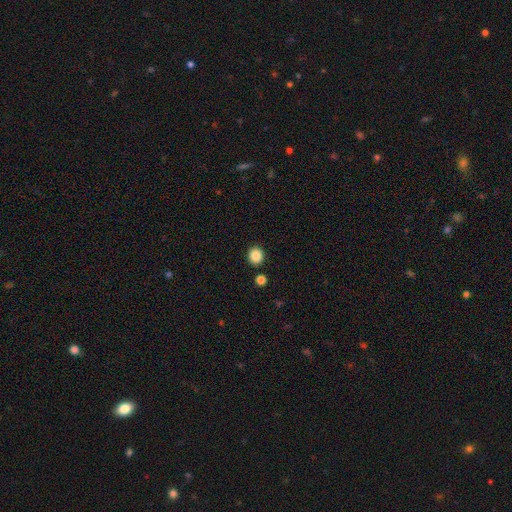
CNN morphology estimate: Smooth or featured? smooth (87%)
How rounded? round (87%)
Merging? none (88%)